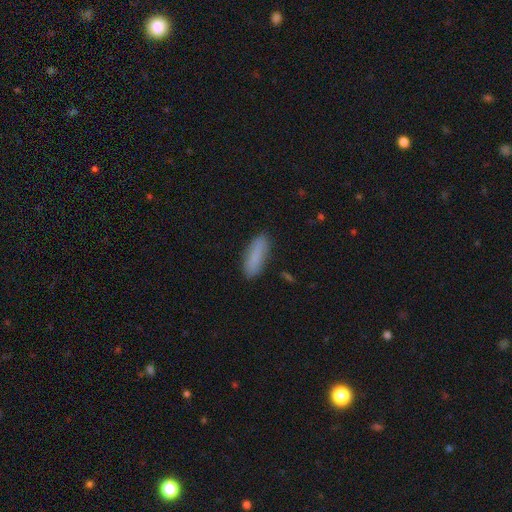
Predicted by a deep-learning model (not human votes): This is clearly a smooth galaxy (84%). How rounded: possibly cigar-shaped (53%). Merging: clearly none (84%).